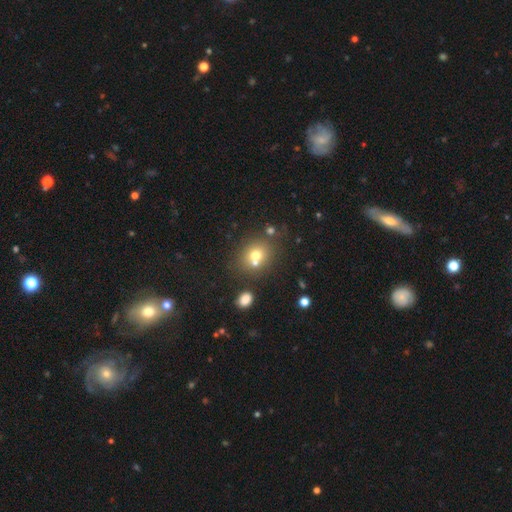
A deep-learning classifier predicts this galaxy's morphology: A smooth galaxy with no disk features (68%) that is round (73%).

Vote fractions:
- Smooth or featured? smooth: 68% / featured or disk: 16% / star or artifact: 16%
- How rounded? round: 73% / in between: 26% / cigar-shaped: 1%
- Merging? none: 56% / merger: 30% / minor disturbance: 10% / major disturbance: 4%